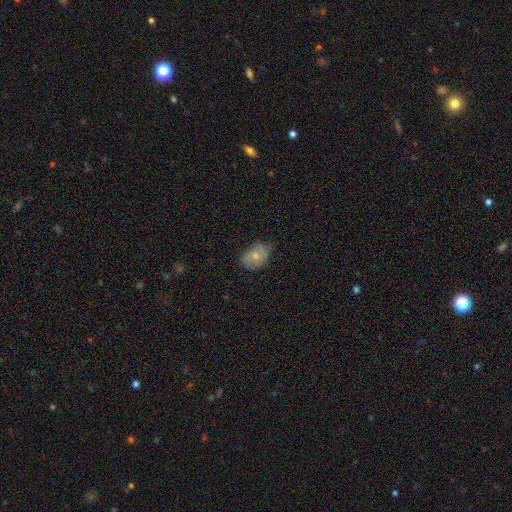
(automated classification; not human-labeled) smooth-or-featured: smooth: 63% | featured or disk: 30% | star or artifact: 7%
  how-rounded: in between: 80% | round: 19% | cigar-shaped: 1%
  merging: none: 69% | minor disturbance: 25% | major disturbance: 5% | merger: 1%